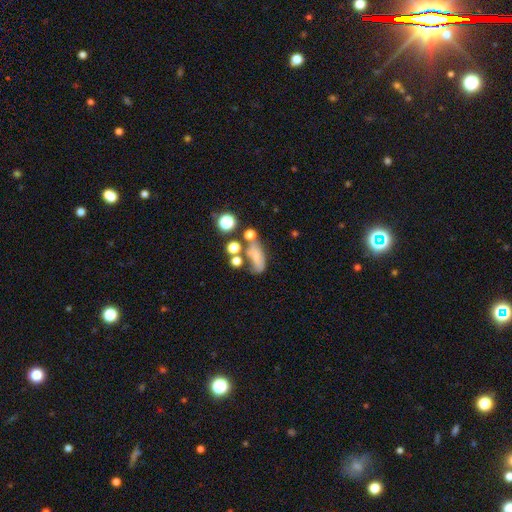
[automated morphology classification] The model was most divided on "merging": none: 38%, merger: 23%, minor disturbance: 21%, major disturbance: 17%. More confident: how rounded — in between (74%); smooth or featured — smooth (62%).